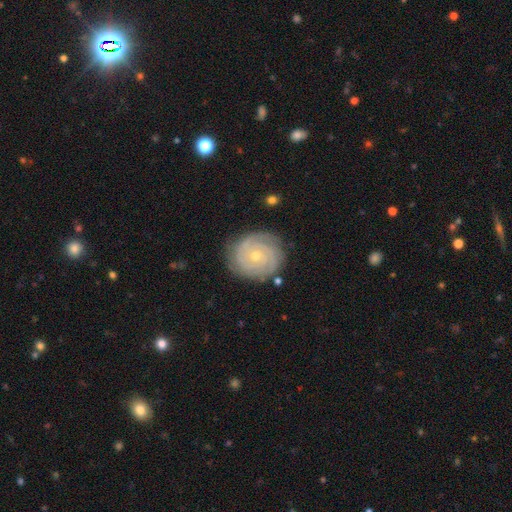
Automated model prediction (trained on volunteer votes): This appears to be a featured or disk galaxy (84%) with no bar (79%), 3 (28%) tight (82%) spiral arms (96%) and a small central bulge (67%). Merging: none (83%).